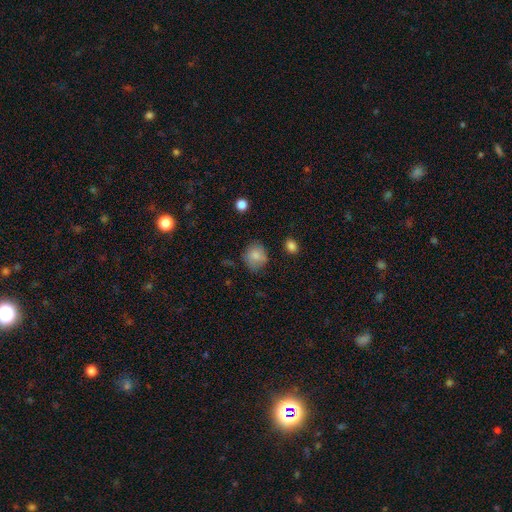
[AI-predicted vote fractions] smooth-or-featured: smooth: 83% | star or artifact: 9% | featured or disk: 9%
  how-rounded: round: 67% | in between: 32% | cigar-shaped: 1%
  merging: none: 73% | minor disturbance: 20% | major disturbance: 5% | merger: 2%